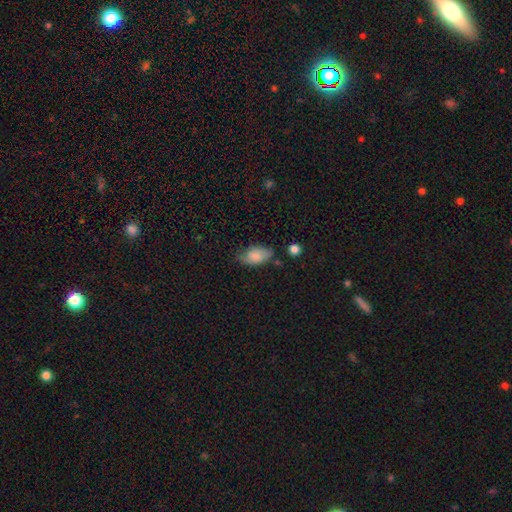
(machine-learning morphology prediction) smooth-or-featured: smooth: 79% | featured or disk: 13% | star or artifact: 8%
  how-rounded: in between: 92% | round: 5% | cigar-shaped: 3%
  merging: none: 54% | minor disturbance: 33% | major disturbance: 9% | merger: 4%